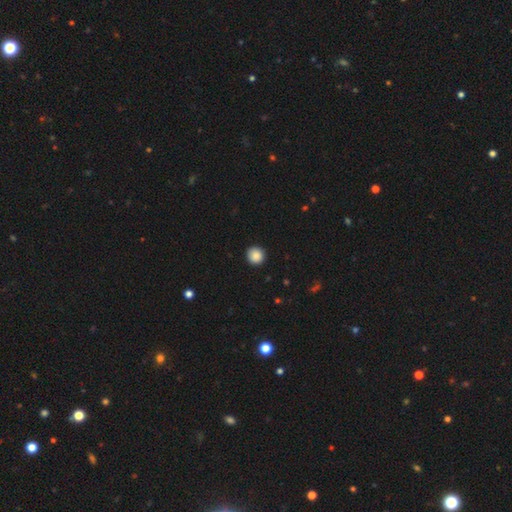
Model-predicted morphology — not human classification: smooth 88%, star or artifact 9%, featured or disk 3%. Down the decision tree: how rounded — round (93%); merging — none (92%).